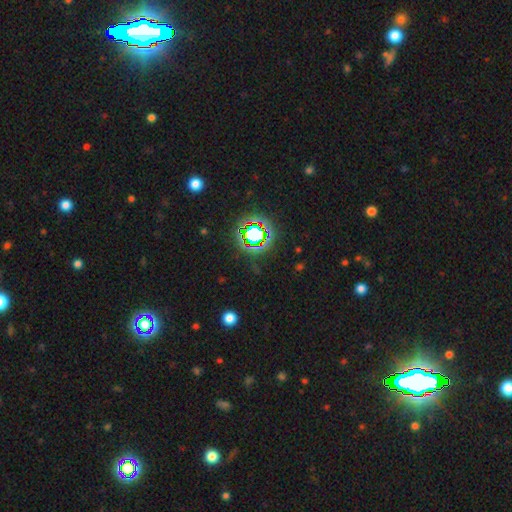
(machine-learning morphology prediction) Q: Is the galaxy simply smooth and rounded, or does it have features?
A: star or artifact — 80%.